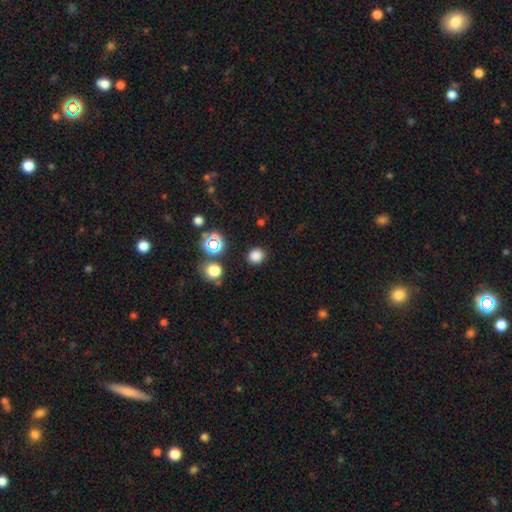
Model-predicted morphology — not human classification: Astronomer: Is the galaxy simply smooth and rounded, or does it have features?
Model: smooth — 79%.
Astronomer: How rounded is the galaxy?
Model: round — 79%.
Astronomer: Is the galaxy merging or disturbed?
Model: none — 87%.